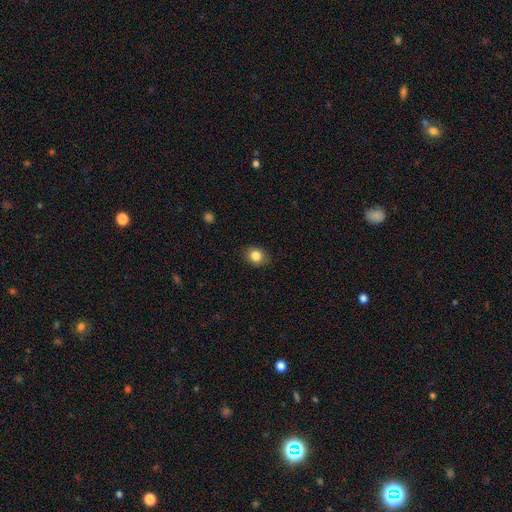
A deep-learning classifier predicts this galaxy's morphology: This appears to be a smooth galaxy with no disk features (84%) that is round (62%). Merging: none (85%).